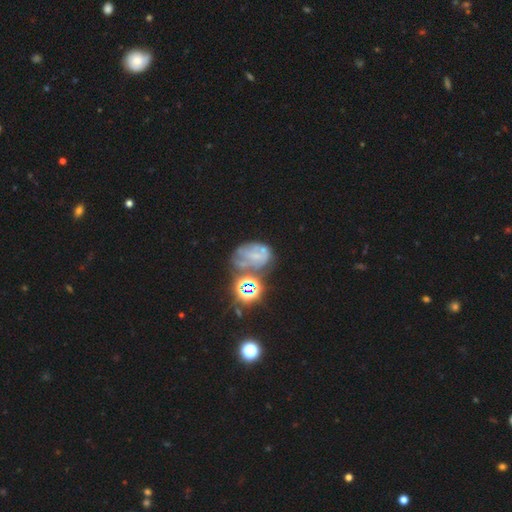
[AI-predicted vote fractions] Smooth or featured?
  - featured or disk: 47% *
  - star or artifact: 29%
  - smooth: 25%
Merging?
  - none: 34% *
  - major disturbance: 24%
  - merger: 22%
  - minor disturbance: 21%